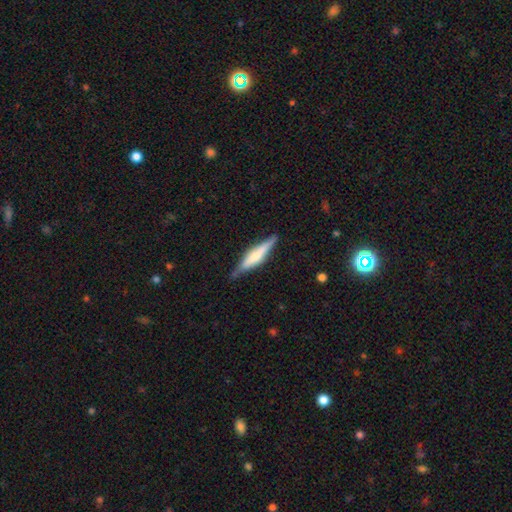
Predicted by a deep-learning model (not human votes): Q: Smooth or featured?
A: featured or disk (58%); runner-up: smooth (36%)
Q: Edge-on disk?
A: yes (96%); runner-up: no (4%)
Q: Edge-on bulge?
A: rounded (58%); runner-up: boxy (27%)
Q: Merging?
A: none (82%); runner-up: minor disturbance (13%)